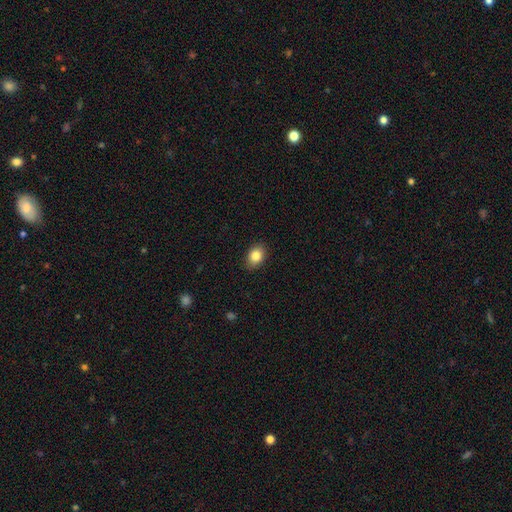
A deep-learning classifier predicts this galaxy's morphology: smooth_or_featured: smooth (p=0.84) [alt: star or artifact p=0.09]
how_rounded: in between (p=0.71) [alt: round p=0.28]
merging: none (p=0.87) [alt: minor disturbance p=0.10]